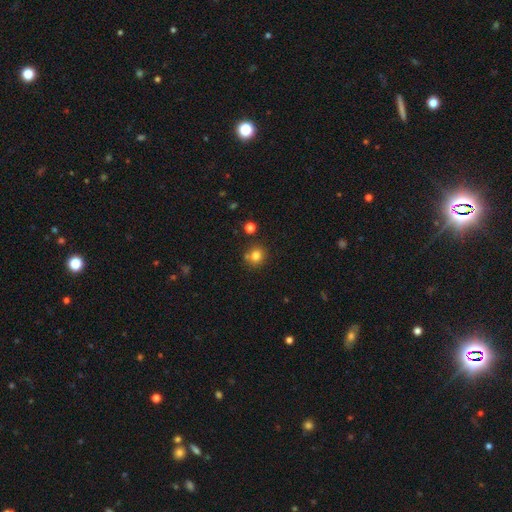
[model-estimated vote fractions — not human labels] A smooth galaxy with no disk features (80%) that is round (88%).

Vote fractions:
- Smooth or featured? smooth: 80% / star or artifact: 13% / featured or disk: 7%
- How rounded? round: 88% / in between: 11% / cigar-shaped: 1%
- Merging? none: 77% / merger: 10% / minor disturbance: 10% / major disturbance: 3%